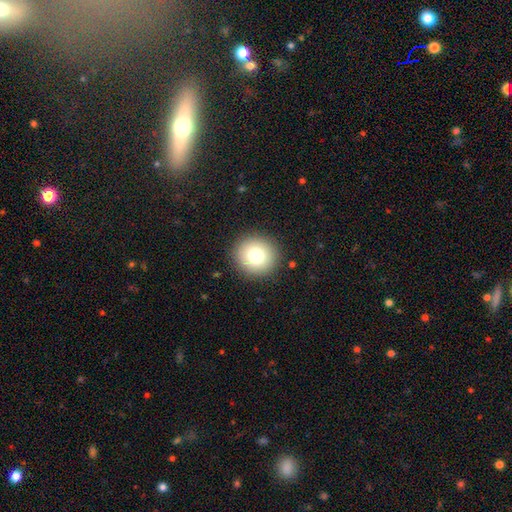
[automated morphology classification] Smooth or featured? smooth (77%)
How rounded? round (94%)
Merging? none (91%)